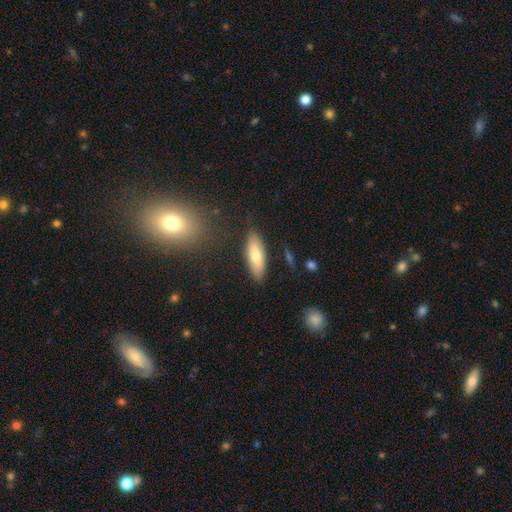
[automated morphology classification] smooth_or_featured: smooth (p=0.72) [alt: featured or disk p=0.21]
how_rounded: in between (p=0.68) [alt: cigar-shaped p=0.30]
merging: none (p=0.84) [alt: minor disturbance p=0.11]